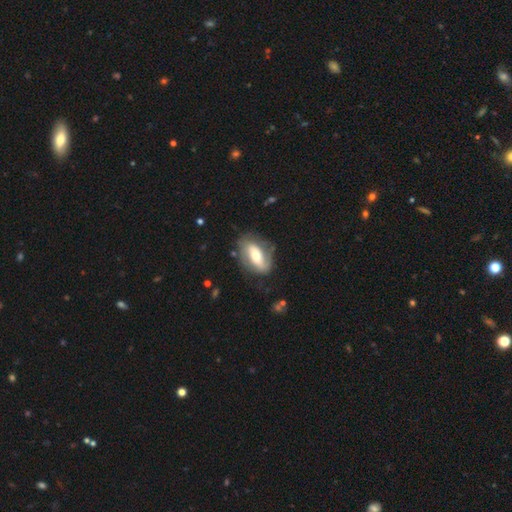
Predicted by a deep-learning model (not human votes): Overall: featured or disk (58%; smooth 37%). Edge-on disk: no (89%). Bar: strong (44%; weak 29%). Spiral arms: yes (65%; no 35%). Bulge size: moderate (62%). Merging: none (71%).